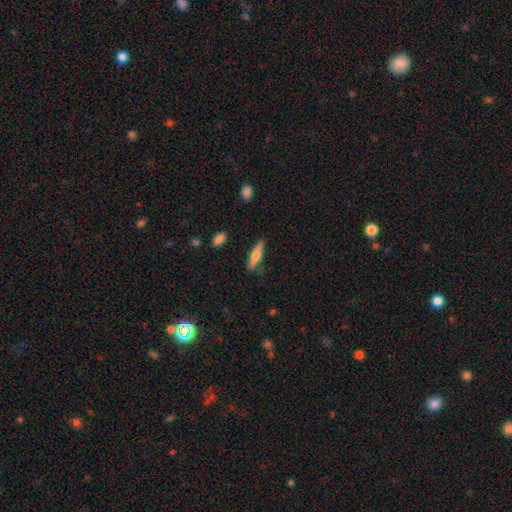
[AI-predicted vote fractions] Overall: smooth (64%; featured or disk 30%). How rounded: cigar-shaped (77%). Merging: none (81%).